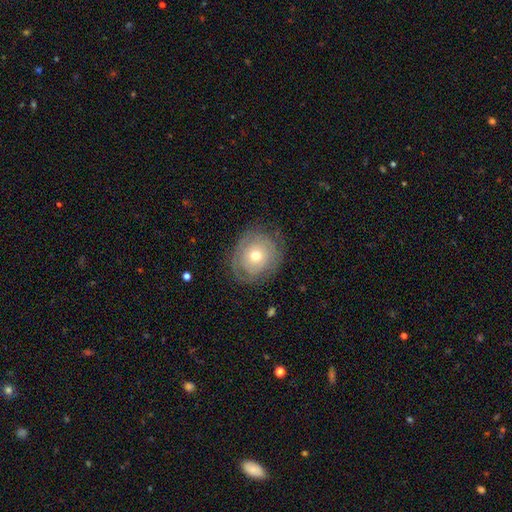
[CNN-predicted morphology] Smooth or featured? featured or disk (48%)
Merging? none (72%)